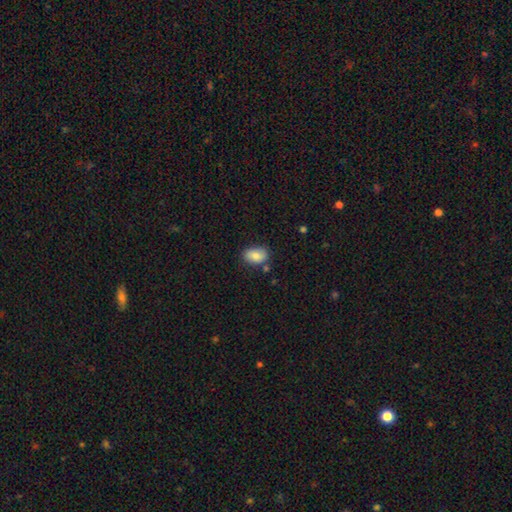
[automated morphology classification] smooth_or_featured: smooth (p=0.83) [alt: featured or disk p=0.10]
how_rounded: in between (p=0.87) [alt: round p=0.12]
merging: none (p=0.75) [alt: minor disturbance p=0.17]